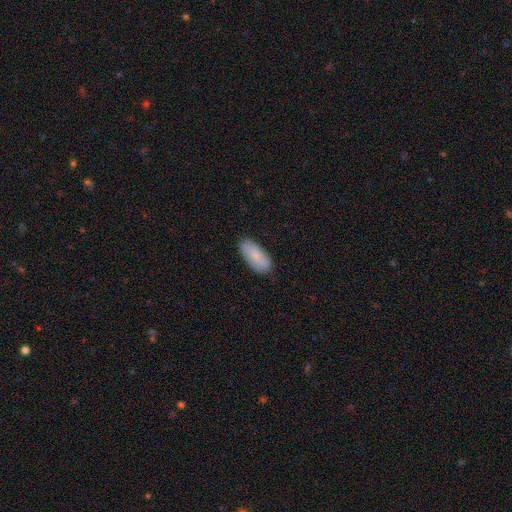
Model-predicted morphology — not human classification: Smooth or featured? smooth (78%)
How rounded? in between (88%)
Merging? none (84%)